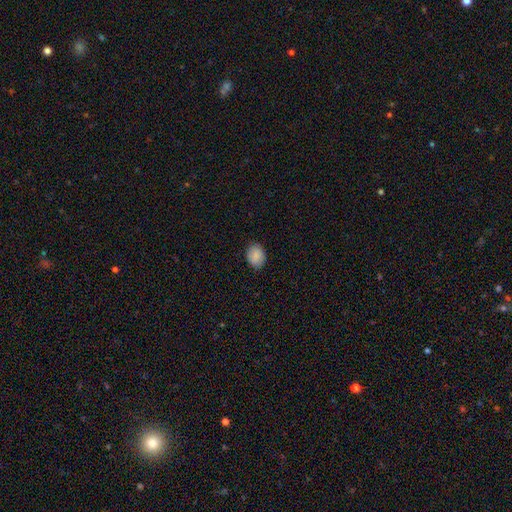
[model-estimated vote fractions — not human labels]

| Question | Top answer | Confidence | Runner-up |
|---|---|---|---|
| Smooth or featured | smooth | 88% | star or artifact (7%) |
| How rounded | in between | 66% | round (33%) |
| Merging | none | 87% | minor disturbance (10%) |